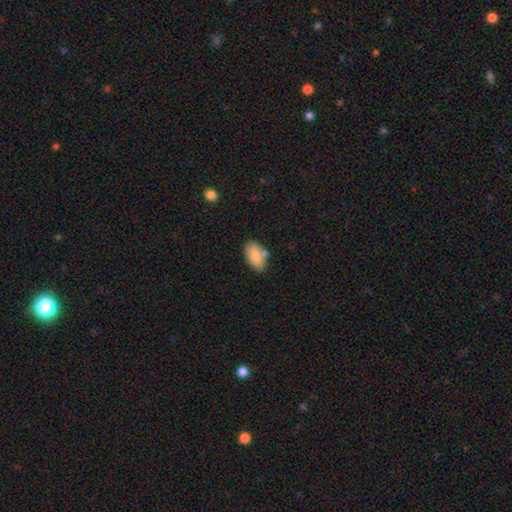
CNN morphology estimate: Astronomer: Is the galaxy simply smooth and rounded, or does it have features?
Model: smooth — 83%.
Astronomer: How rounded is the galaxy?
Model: in between — 93%.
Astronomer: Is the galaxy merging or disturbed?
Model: none — 68%.